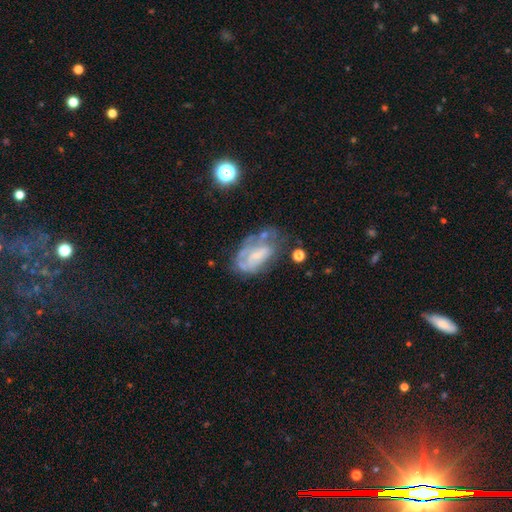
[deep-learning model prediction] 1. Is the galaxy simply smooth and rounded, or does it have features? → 63% featured or disk, 28% smooth, 10% star or artifact.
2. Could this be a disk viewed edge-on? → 95% no, 5% yes.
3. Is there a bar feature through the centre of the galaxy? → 60% no, 31% weak, 8% strong.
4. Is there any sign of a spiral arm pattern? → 52% no, 48% yes.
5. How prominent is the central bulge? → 58% small, 23% moderate, 16% none, 2% large, 1% dominant.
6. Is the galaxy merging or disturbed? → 37% none, 28% minor disturbance, 27% major disturbance, 8% merger.